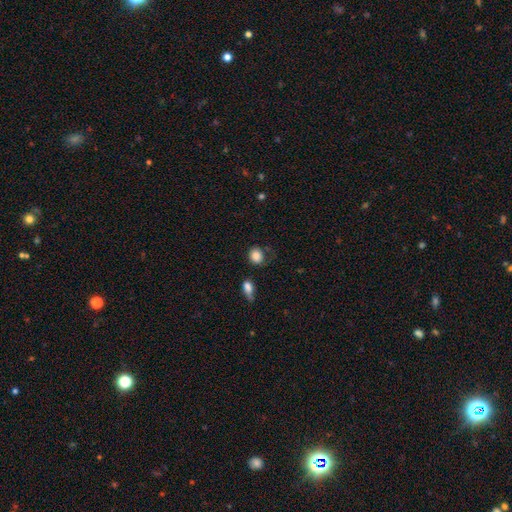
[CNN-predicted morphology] Smooth or featured?
  - smooth: 84% *
  - star or artifact: 9%
  - featured or disk: 7%
How rounded?
  - round: 68% *
  - in between: 31%
  - cigar-shaped: 1%
Merging?
  - none: 66% *
  - minor disturbance: 20%
  - major disturbance: 8%
  - merger: 6%